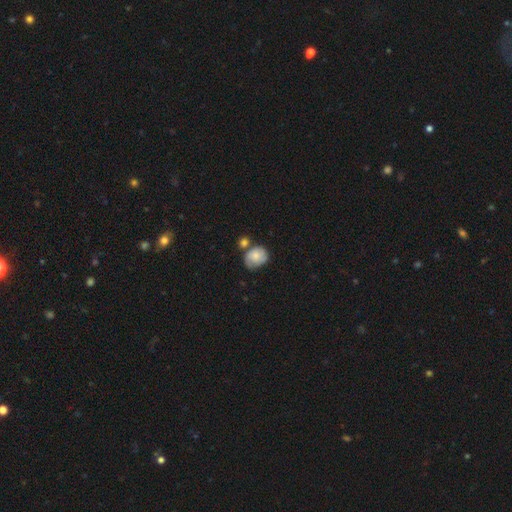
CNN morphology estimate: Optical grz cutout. It shows a smooth galaxy with no disk features (68%) that is round (57%). Merging: none (42%).